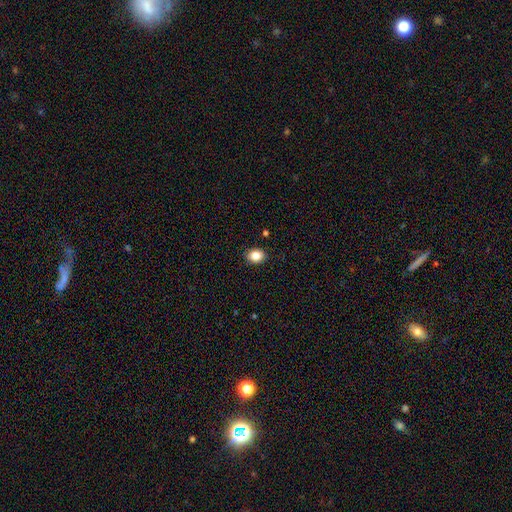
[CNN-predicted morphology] Smooth or featured? smooth (84%)
How rounded? in between (54%)
Merging? none (89%)